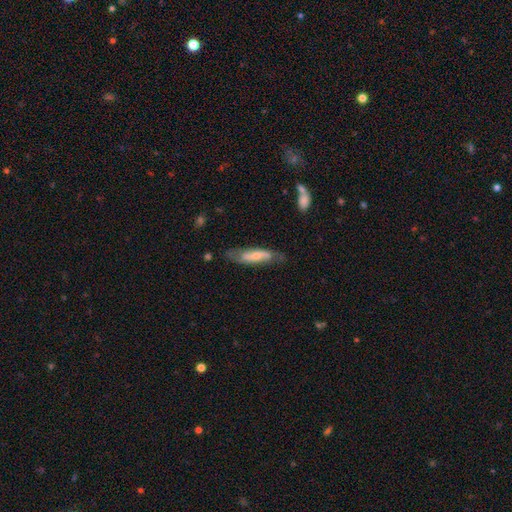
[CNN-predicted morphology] smooth-or-featured: featured or disk: 48% | smooth: 45% | star or artifact: 6%
  merging: none: 64% | minor disturbance: 24% | major disturbance: 9% | merger: 3%